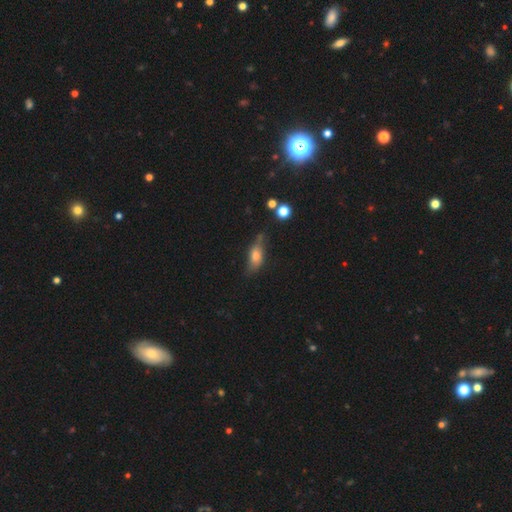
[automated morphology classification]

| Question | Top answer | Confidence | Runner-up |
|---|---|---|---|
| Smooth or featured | smooth | 65% | featured or disk (26%) |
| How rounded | in between | 74% | cigar-shaped (20%) |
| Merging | none | 56% | minor disturbance (30%) |